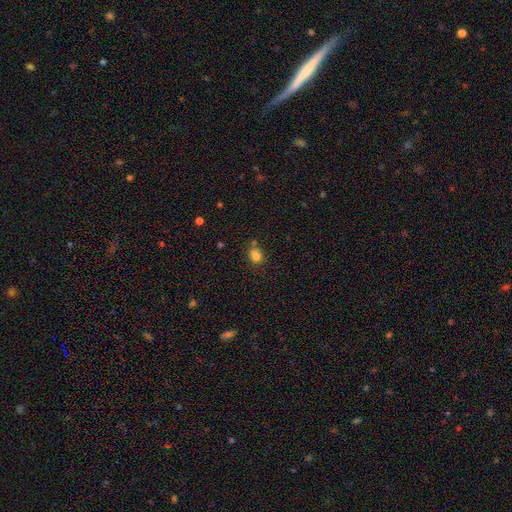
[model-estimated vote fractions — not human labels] This appears to be a smooth galaxy with no disk features (79%) that is in between round and cigar-shaped (50%). Merging: none (58%).